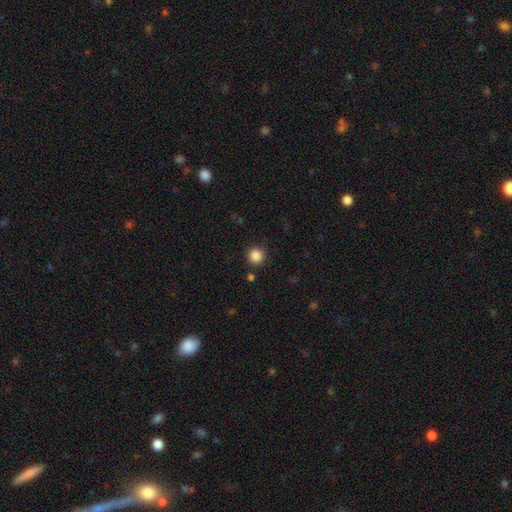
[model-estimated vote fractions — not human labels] Overall: smooth (86%). How rounded: round (93%). Merging: none (87%).